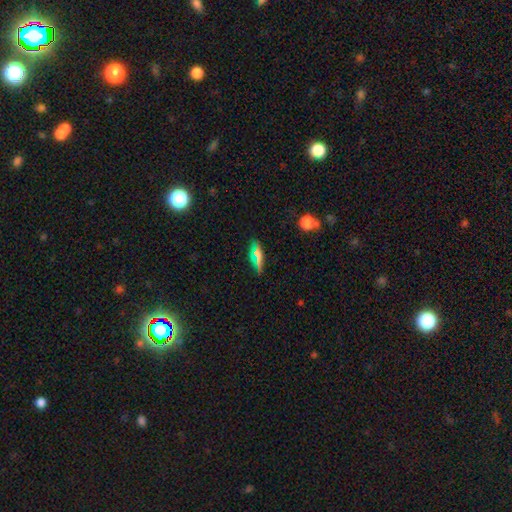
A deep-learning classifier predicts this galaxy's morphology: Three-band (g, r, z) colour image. It shows a smooth galaxy with no disk features (60%) that is in between round and cigar-shaped (62%). Merging: none (80%).